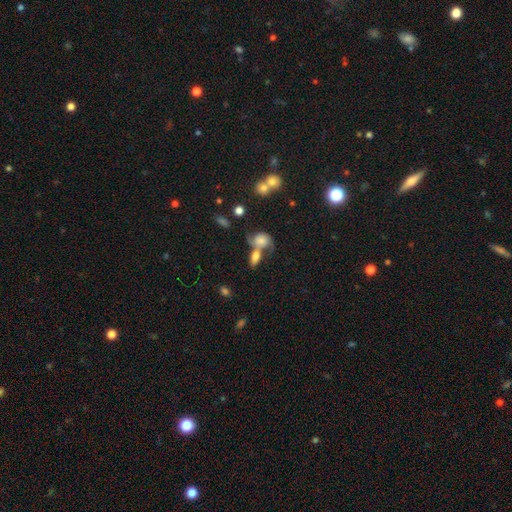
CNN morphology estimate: A smooth galaxy with no disk features (67%) that is in between round and cigar-shaped (76%). Merging: merger (54%).